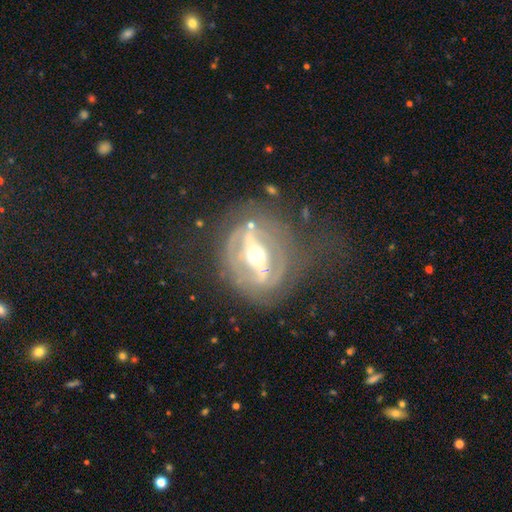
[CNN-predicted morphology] Q: Smooth or featured?
A: featured or disk (85%); runner-up: smooth (9%)
Q: Edge-on disk?
A: no (85%); runner-up: yes (15%)
Q: Bar?
A: strong (77%); runner-up: weak (15%)
Q: Spiral arms?
A: yes (61%); runner-up: no (39%)
Q: Bulge size?
A: moderate (70%); runner-up: small (18%)
Q: Merging?
A: none (64%); runner-up: minor disturbance (17%)